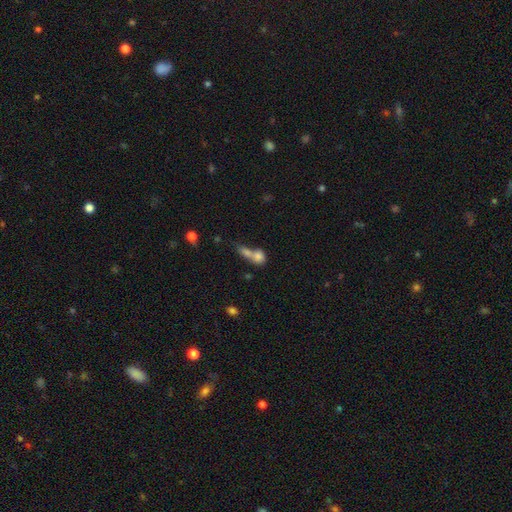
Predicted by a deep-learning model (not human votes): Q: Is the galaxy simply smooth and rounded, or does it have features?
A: smooth — 77%.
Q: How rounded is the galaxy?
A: round — 47%, tied with in between.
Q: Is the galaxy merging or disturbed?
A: merger — 67%.